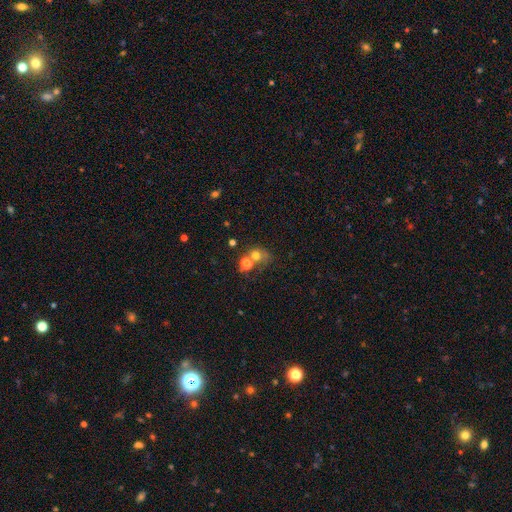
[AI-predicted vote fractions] Smooth or featured? smooth (67%)
How rounded? round (67%)
Merging? merger (42%)